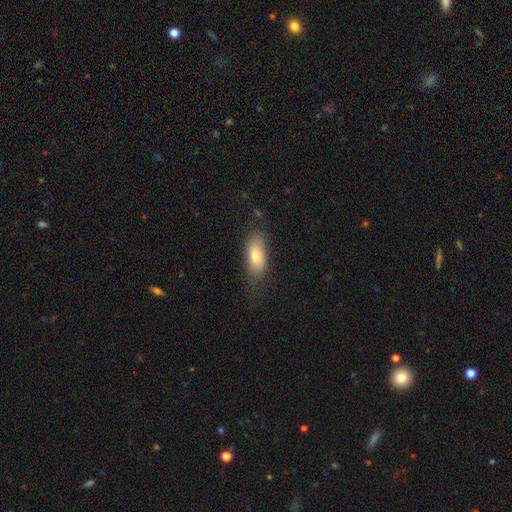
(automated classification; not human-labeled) Smooth or featured: smooth — 77% (featured or disk — 16%)
How rounded: in between — 83% (cigar-shaped — 13%)
Merging: none — 71% (minor disturbance — 20%)